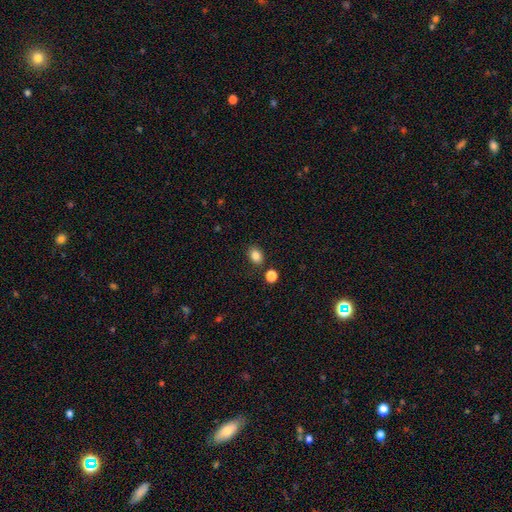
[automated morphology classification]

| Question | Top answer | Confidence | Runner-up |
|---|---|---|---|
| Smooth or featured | smooth | 84% | star or artifact (10%) |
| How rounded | in between | 67% | round (32%) |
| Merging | none | 80% | minor disturbance (11%) |